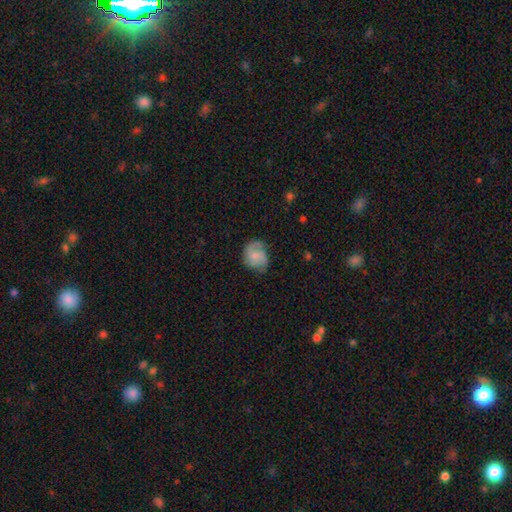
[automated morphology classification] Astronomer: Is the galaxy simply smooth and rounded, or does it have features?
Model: featured or disk — 50% (runner-up: smooth, 42%).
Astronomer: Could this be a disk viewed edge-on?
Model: no — 98%.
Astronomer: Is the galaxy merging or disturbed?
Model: none — 61%.